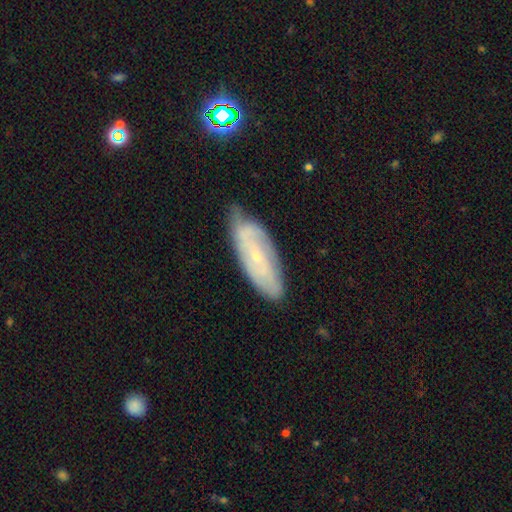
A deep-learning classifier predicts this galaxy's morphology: The model was most divided on "merging": none: 63%, minor disturbance: 29%, major disturbance: 6%, merger: 2%. More confident: edge-on disk — no (86%); bulge size — small (79%); spiral arms — yes (78%); bar — no (66%); smooth or featured — featured or disk (66%).